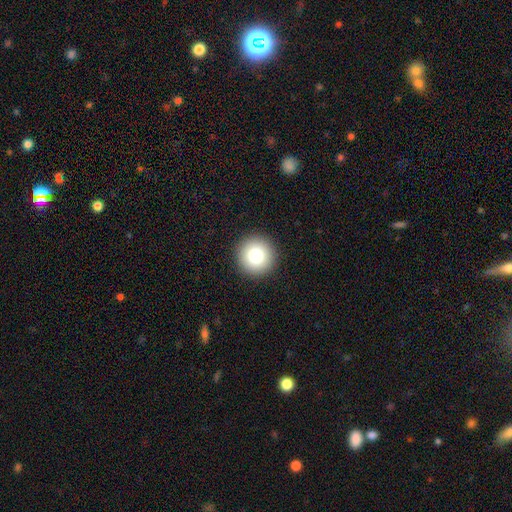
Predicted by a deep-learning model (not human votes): Overall: smooth (80%). How rounded: round (96%). Merging: none (93%).